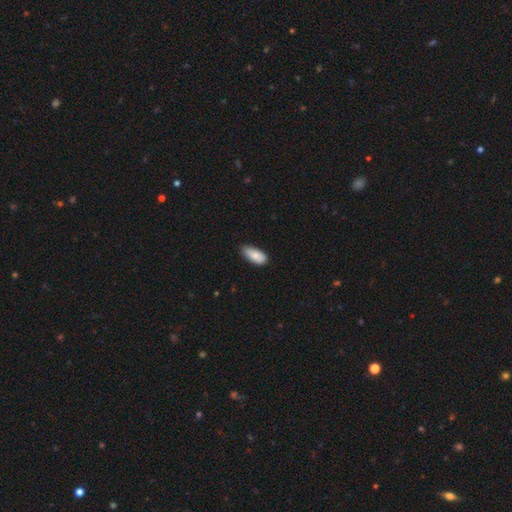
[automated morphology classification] smooth_or_featured: smooth (p=0.83) [alt: featured or disk p=0.10]
how_rounded: in between (p=0.89) [alt: cigar-shaped p=0.09]
merging: none (p=0.67) [alt: minor disturbance p=0.28]